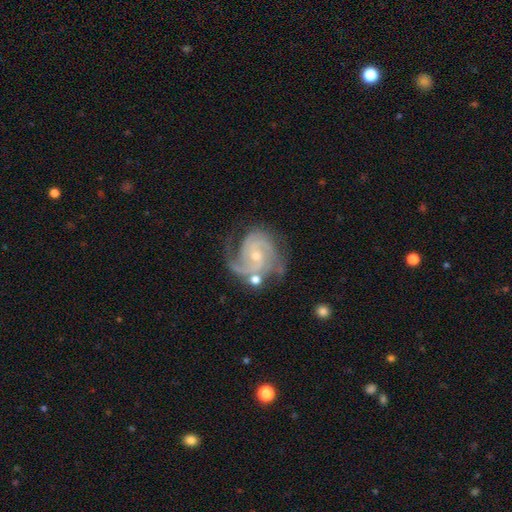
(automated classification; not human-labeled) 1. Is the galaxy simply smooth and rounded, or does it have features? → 91% featured or disk, 5% star or artifact, 4% smooth.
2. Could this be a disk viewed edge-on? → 98% no, 2% yes.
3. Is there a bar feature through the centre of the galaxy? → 62% no, 31% weak, 7% strong.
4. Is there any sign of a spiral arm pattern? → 98% yes, 2% no.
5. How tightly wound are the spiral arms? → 51% tight, 42% medium, 7% loose.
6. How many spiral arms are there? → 41% 3, 34% 2, 9% can't tell, 7% 4, 4% 1, 4% more than 4.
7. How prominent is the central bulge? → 64% small, 32% moderate, 2% none, 1% large, 1% dominant.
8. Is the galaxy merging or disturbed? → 61% none, 21% minor disturbance, 11% major disturbance, 7% merger.